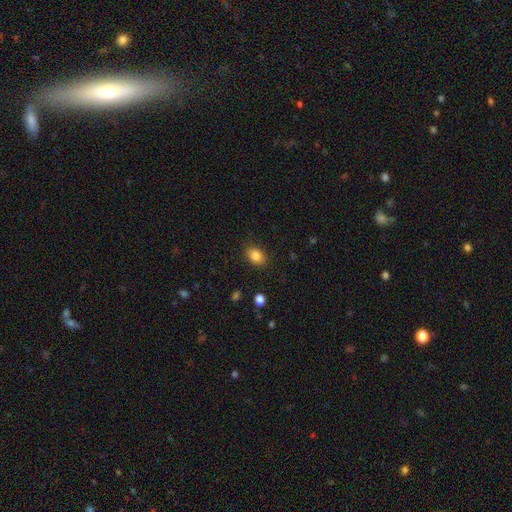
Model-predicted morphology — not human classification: smooth 85%, star or artifact 9%, featured or disk 6%. Down the decision tree: how rounded — in between (72%); merging — none (86%).